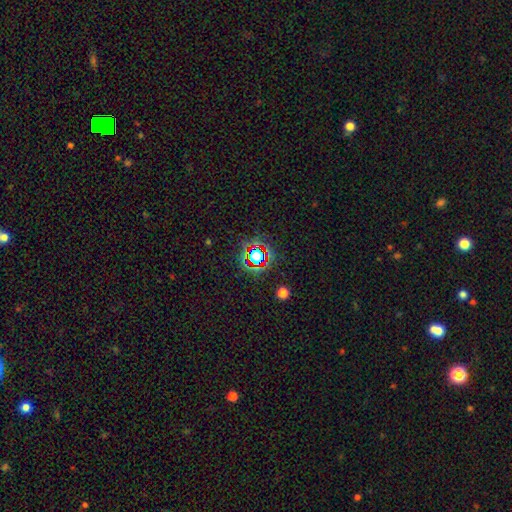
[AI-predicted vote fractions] Smooth or featured? star or artifact (67%)